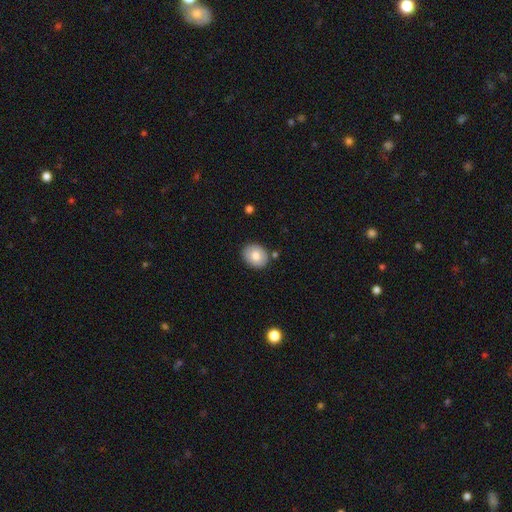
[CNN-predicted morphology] type=smooth (77%); roundness=round (51%); merging=none (84%).